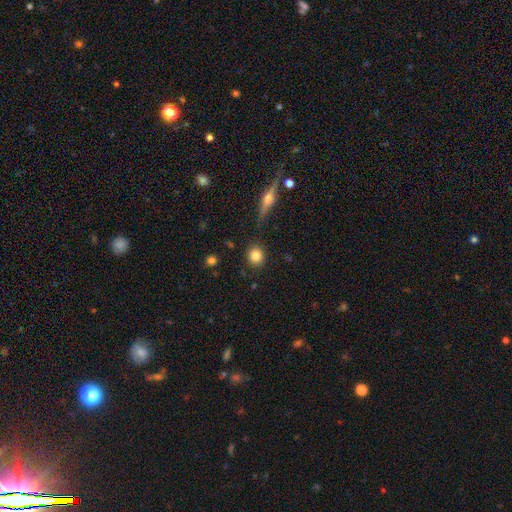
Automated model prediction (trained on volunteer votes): Smooth or featured? smooth (82%)
How rounded? round (86%)
Merging? none (86%)